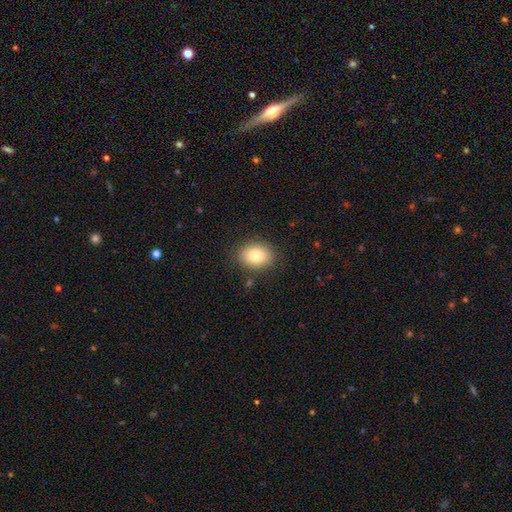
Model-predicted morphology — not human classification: A smooth galaxy with no disk features (81%) that is in between round and cigar-shaped (56%). Merging: none (85%).